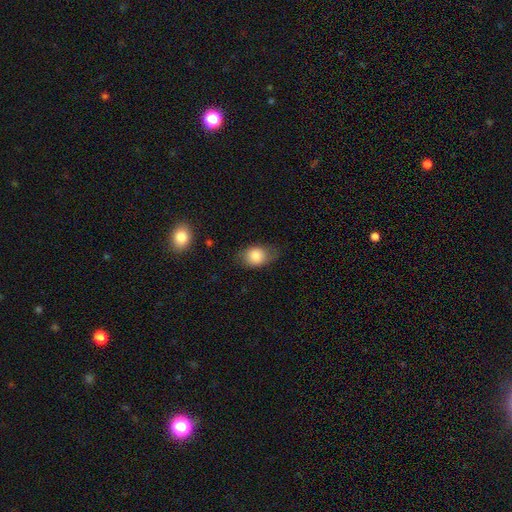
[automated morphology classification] A smooth galaxy with no disk features (83%) that is in between round and cigar-shaped (67%).

Vote fractions:
- Smooth or featured? smooth: 83% / featured or disk: 10% / star or artifact: 8%
- How rounded? in between: 67% / round: 31% / cigar-shaped: 1%
- Merging? none: 70% / minor disturbance: 22% / major disturbance: 7% / merger: 2%